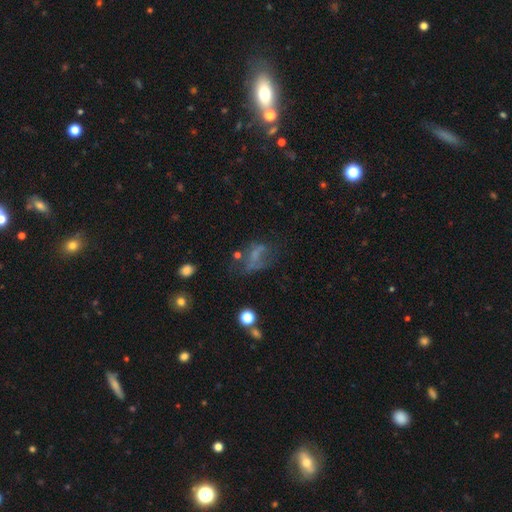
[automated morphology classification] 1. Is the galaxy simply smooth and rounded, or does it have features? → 39% featured or disk, 37% smooth, 24% star or artifact.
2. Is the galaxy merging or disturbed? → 35% none (tied), 35% major disturbance (tied), 21% minor disturbance, 9% merger.